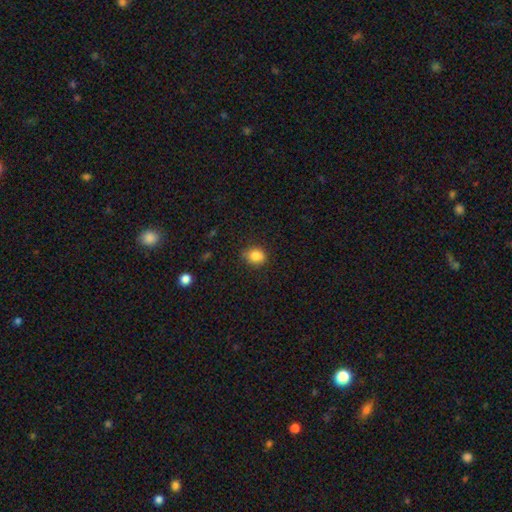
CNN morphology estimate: This appears to be a smooth galaxy with no disk features (84%) that is round (62%). Merging: none (76%).